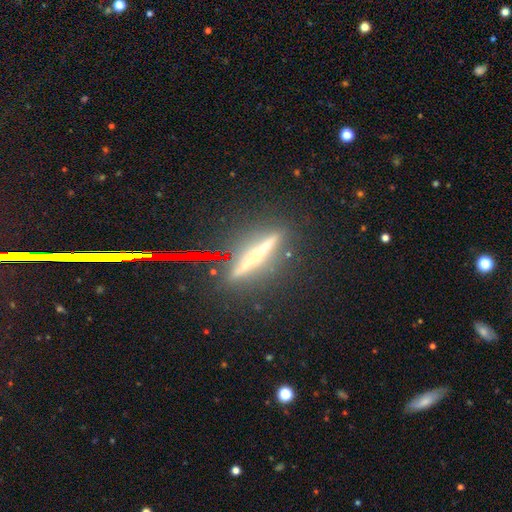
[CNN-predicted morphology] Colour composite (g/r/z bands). It shows a featured or disk galaxy (64%) viewed edge-on (94%) with no central bulge (71%). Merging: none (86%).